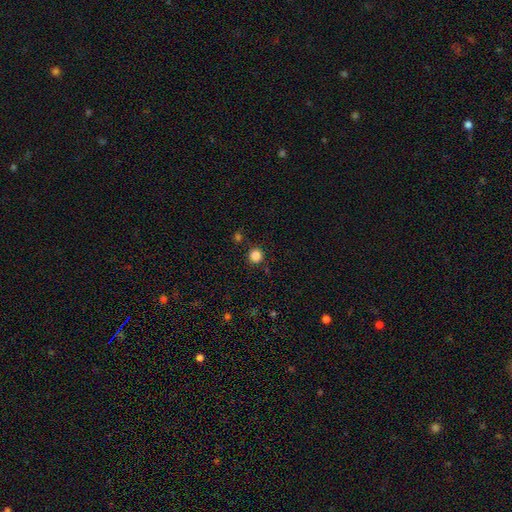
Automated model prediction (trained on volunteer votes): Smooth or featured: smooth — 84% (star or artifact — 12%)
How rounded: round — 94% (in between — 5%)
Merging: none — 89% (minor disturbance — 6%)